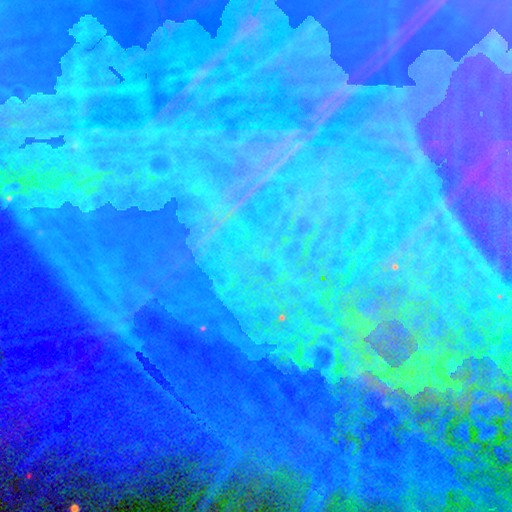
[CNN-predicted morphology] star or artifact 85%, featured or disk 8%, smooth 6%.